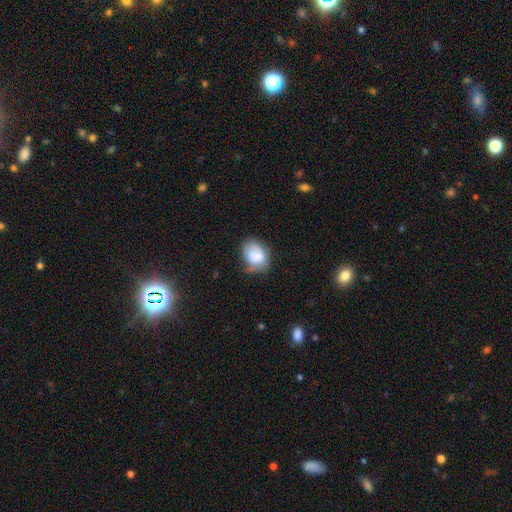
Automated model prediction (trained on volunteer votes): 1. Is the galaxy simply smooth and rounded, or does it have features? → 75% smooth, 17% featured or disk, 8% star or artifact.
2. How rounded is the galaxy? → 65% in between, 34% round, 1% cigar-shaped.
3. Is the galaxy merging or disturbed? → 50% none, 35% minor disturbance, 12% major disturbance, 3% merger.